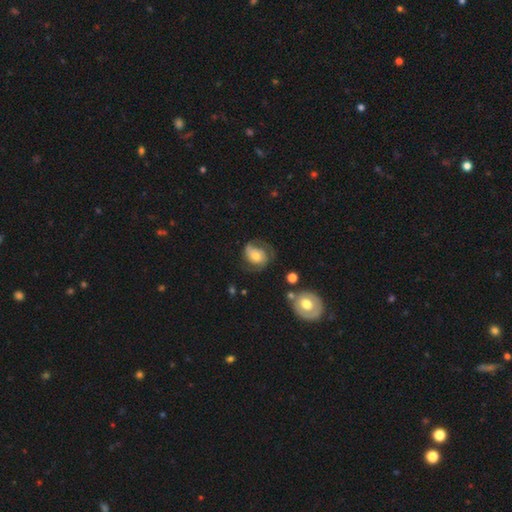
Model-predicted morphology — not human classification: Smooth or featured? featured or disk (68%)
Edge-on disk? no (97%)
Bar? no (66%)
Spiral arms? yes (91%)
Spiral winding? medium (43%)
Spiral arm count? 2 (68%)
Bulge size? moderate (53%)
Merging? none (55%)